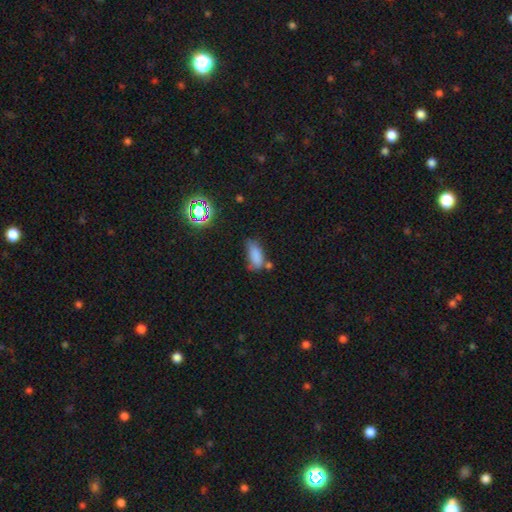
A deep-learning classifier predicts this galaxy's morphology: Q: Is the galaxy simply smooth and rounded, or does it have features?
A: smooth — 76%.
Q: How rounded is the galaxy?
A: in between — 82%.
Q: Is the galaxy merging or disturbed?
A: none — 41%.